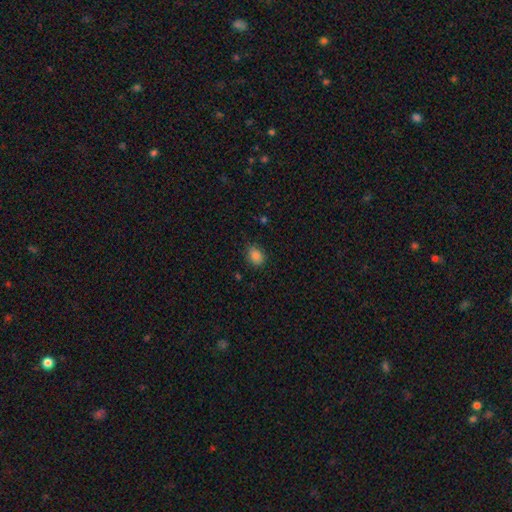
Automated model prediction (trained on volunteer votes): Smooth or featured? Predicted: smooth (p=0.85). How rounded? Predicted: in between (p=0.58). Merging? Predicted: none (p=0.81).